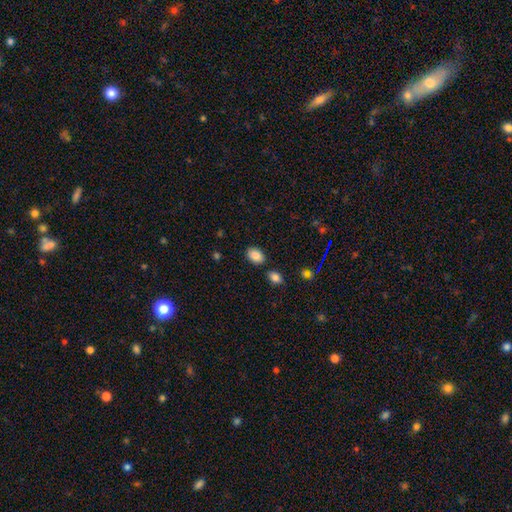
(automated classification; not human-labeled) Morphology: type=smooth (87%); roundness=in between (84%); merging=none (82%).